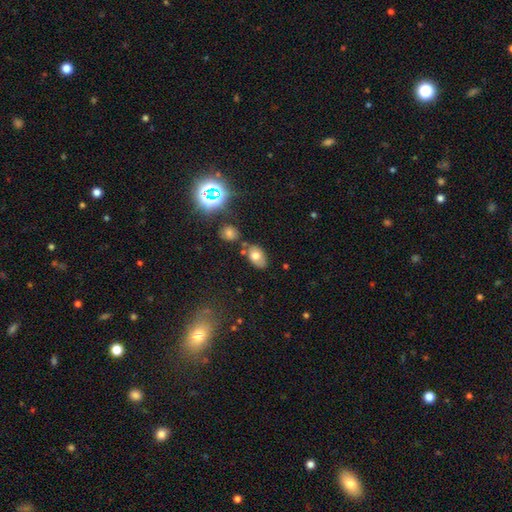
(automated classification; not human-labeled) A smooth galaxy with no disk features (71%) that is in between round and cigar-shaped (89%).

Vote fractions:
- Smooth or featured? smooth: 71% / featured or disk: 16% / star or artifact: 13%
- How rounded? in between: 89% / round: 10% / cigar-shaped: 1%
- Merging? none: 73% / minor disturbance: 15% / merger: 9% / major disturbance: 4%